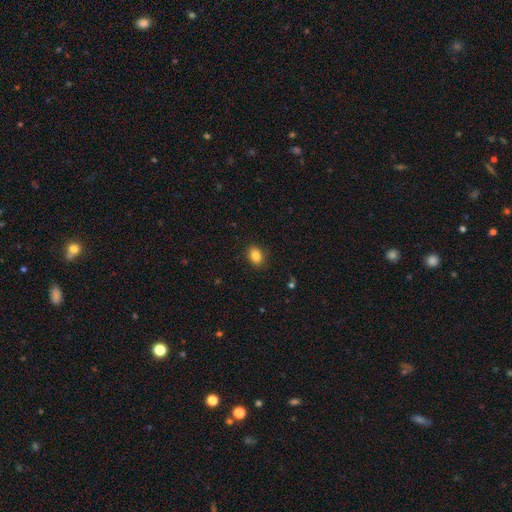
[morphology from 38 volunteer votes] smooth 87%, star or artifact 8%, featured or disk 5%. Down the decision tree: how rounded — in between (76%); merging — none (77%).